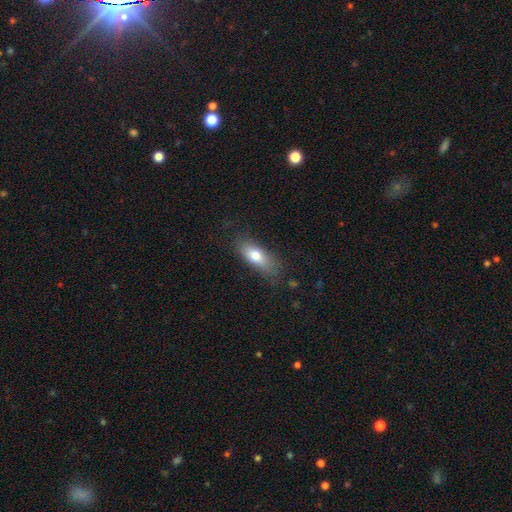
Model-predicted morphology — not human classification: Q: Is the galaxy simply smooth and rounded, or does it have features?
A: smooth — 76%.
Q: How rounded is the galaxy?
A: in between — 73%.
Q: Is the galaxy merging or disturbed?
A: none — 72%.